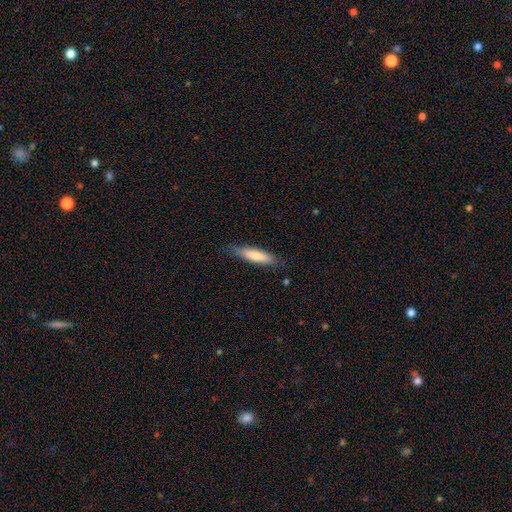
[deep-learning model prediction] A smooth galaxy with no disk features (78%) that is cigar-shaped (74%). Merging: none (81%).